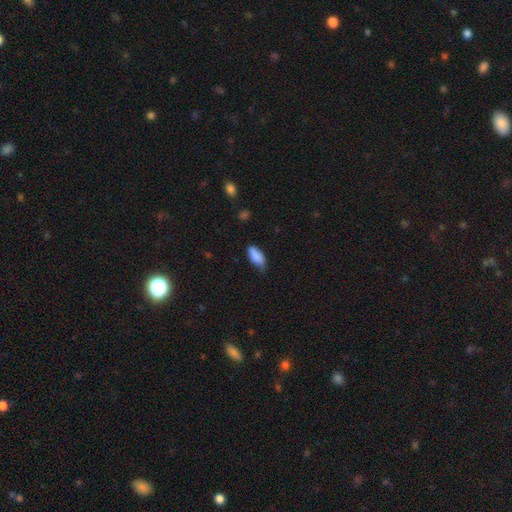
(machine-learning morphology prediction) The model was most divided on "merging": none: 55%, minor disturbance: 37%, major disturbance: 7%, merger: 2%. More confident: how rounded — in between (87%); smooth or featured — smooth (86%).